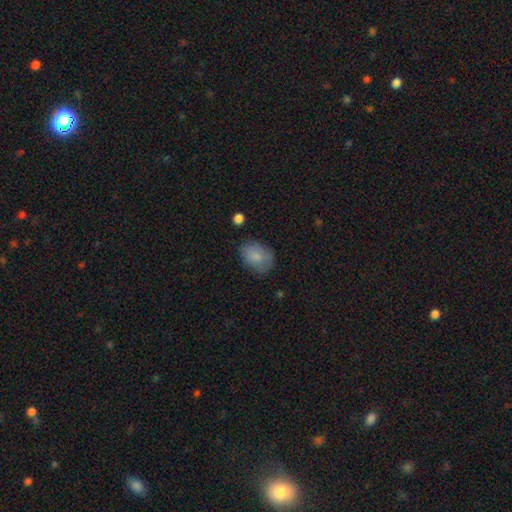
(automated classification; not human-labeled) Q: Smooth or featured?
A: smooth (83%); runner-up: featured or disk (10%)
Q: How rounded?
A: in between (74%); runner-up: round (25%)
Q: Merging?
A: none (73%); runner-up: minor disturbance (20%)